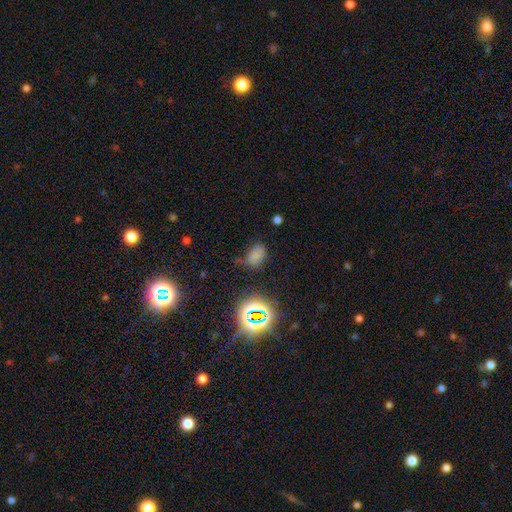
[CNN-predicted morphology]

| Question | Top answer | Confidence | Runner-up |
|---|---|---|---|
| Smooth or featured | smooth | 66% | star or artifact (27%) |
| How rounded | in between | 85% | round (13%) |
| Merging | none | 54% | minor disturbance (27%) |